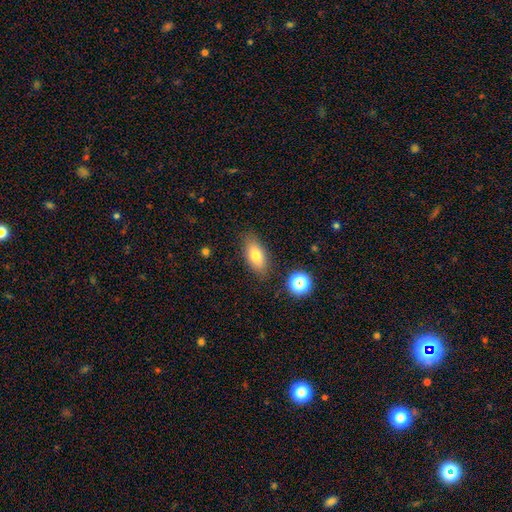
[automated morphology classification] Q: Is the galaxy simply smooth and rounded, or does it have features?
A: smooth — 76%.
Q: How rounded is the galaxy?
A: in between — 84%.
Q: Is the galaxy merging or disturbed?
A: none — 82%.